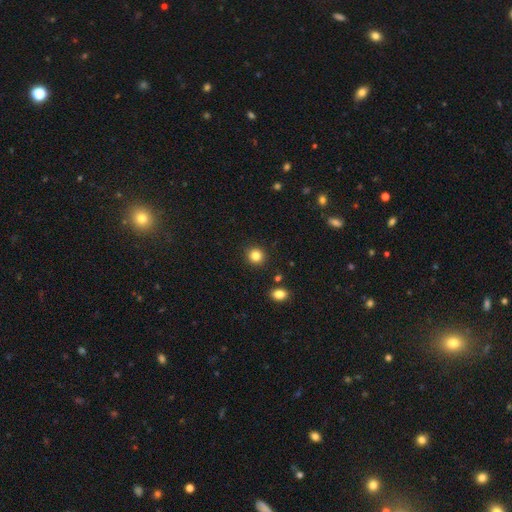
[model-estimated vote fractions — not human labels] Smooth or featured: smooth — 84% (star or artifact — 11%)
How rounded: round — 91% (in between — 8%)
Merging: none — 91% (minor disturbance — 5%)